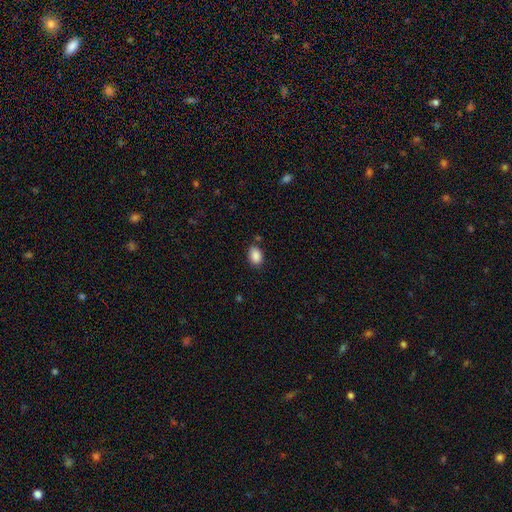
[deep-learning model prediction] Overall: smooth (89%). How rounded: in between (78%). Merging: none (81%).